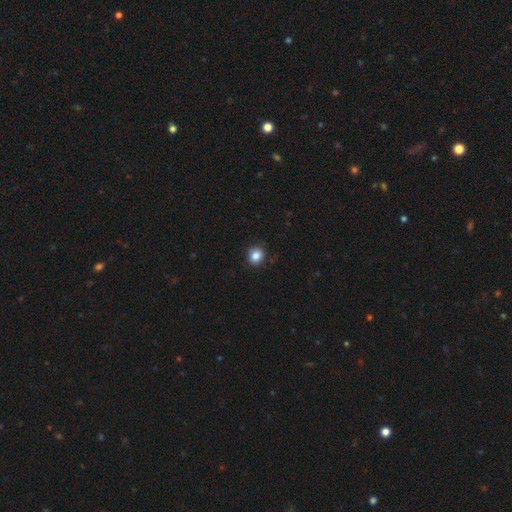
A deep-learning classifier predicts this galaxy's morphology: A smooth galaxy with no disk features (85%) that is round (88%). Merging: none (89%).